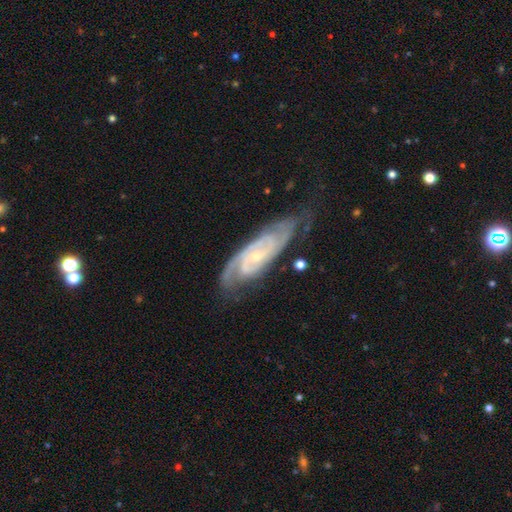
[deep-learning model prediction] Smooth or featured? Predicted: featured or disk (p=0.89). Edge-on disk? Predicted: no (p=0.92). Bar? Predicted: no (p=0.52). Spiral arms? Predicted: yes (p=0.98). Spiral winding? Predicted: tight (p=0.61). Spiral arm count? Predicted: 2 (p=0.56). Bulge size? Predicted: small (p=0.74). Merging? Predicted: none (p=0.67).